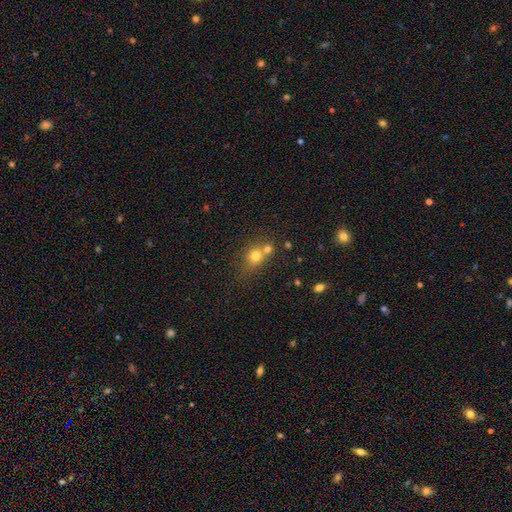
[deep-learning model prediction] Smooth or featured? Predicted: smooth (p=0.74). How rounded? Predicted: round (p=0.68). Merging? Predicted: none (p=0.46).